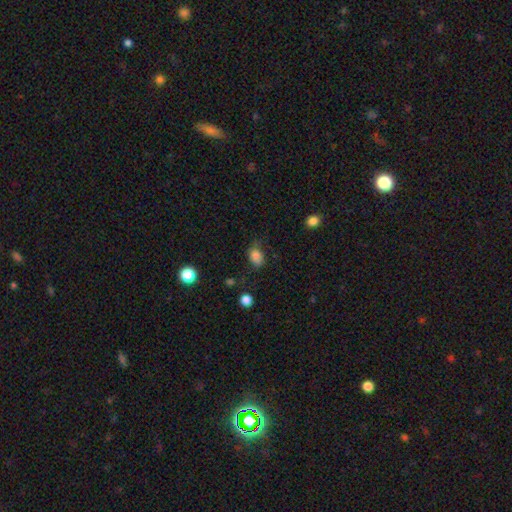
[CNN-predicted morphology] Smooth or featured?
  - smooth: 80% *
  - star or artifact: 12%
  - featured or disk: 8%
How rounded?
  - in between: 68% *
  - round: 31%
  - cigar-shaped: 1%
Merging?
  - none: 52% *
  - minor disturbance: 32%
  - major disturbance: 13%
  - merger: 3%